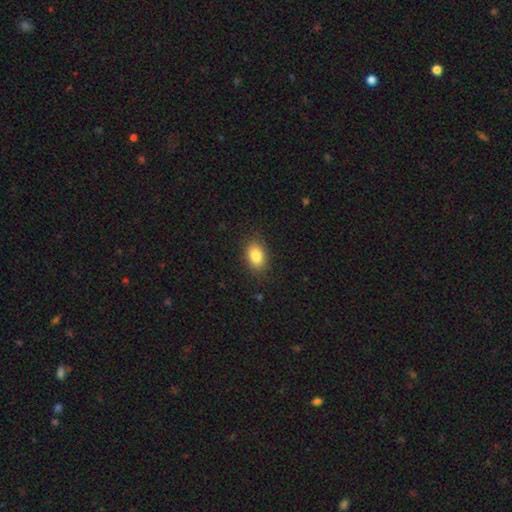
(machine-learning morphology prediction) Overall: smooth (85%). How rounded: in between (82%). Merging: none (87%).